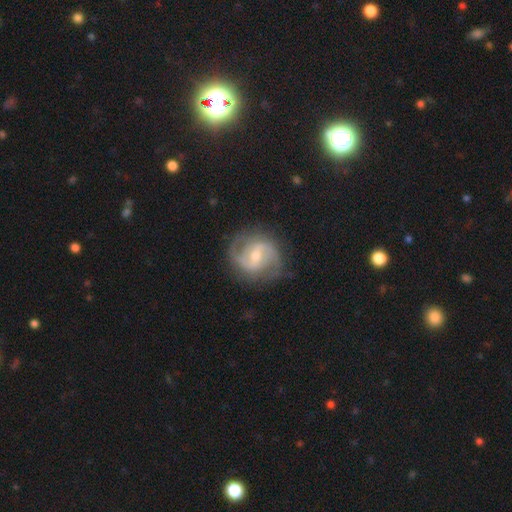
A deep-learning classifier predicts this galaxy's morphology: type=featured or disk (84%); edge-on=no (97%); bar=weak (50%); spiral arms=yes (94%); winding=medium (51%); arm count=2 (83%); bulge=small (51%); merging=none (78%).